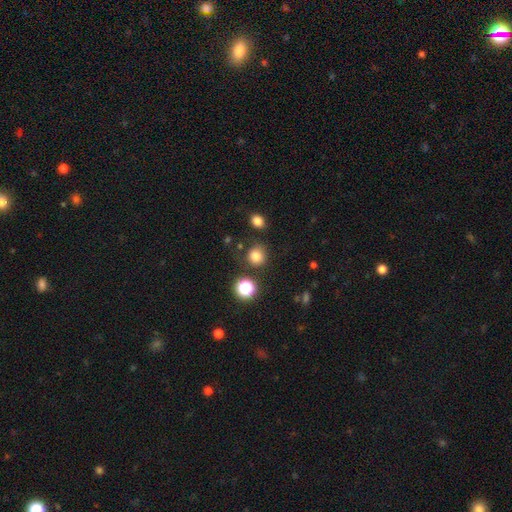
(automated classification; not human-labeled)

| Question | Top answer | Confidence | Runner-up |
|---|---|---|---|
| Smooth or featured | smooth | 80% | star or artifact (15%) |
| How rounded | round | 87% | in between (12%) |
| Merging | none | 78% | minor disturbance (13%) |